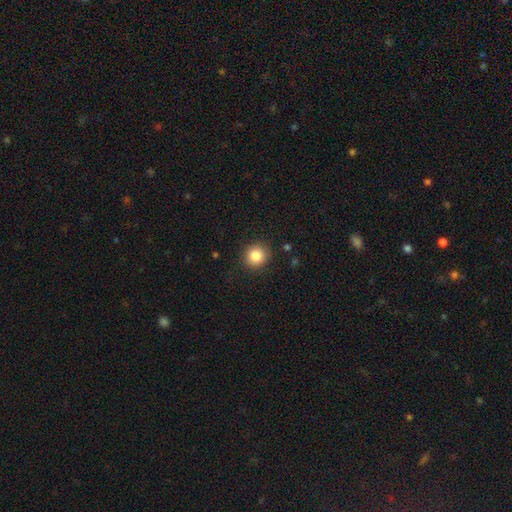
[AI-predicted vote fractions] A smooth galaxy with no disk features (85%) that is round (89%). Merging: none (88%).